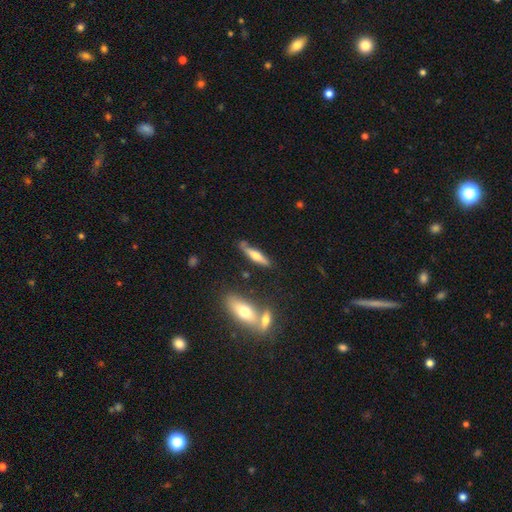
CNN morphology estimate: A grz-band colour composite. It shows a featured or disk galaxy (48%). Merging: none (73%).